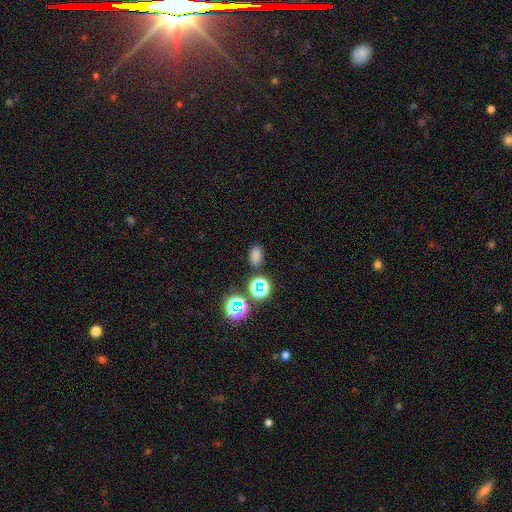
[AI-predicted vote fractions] Smooth or featured: smooth — 73% (star or artifact — 22%)
How rounded: in between — 84% (round — 15%)
Merging: none — 82% (minor disturbance — 11%)